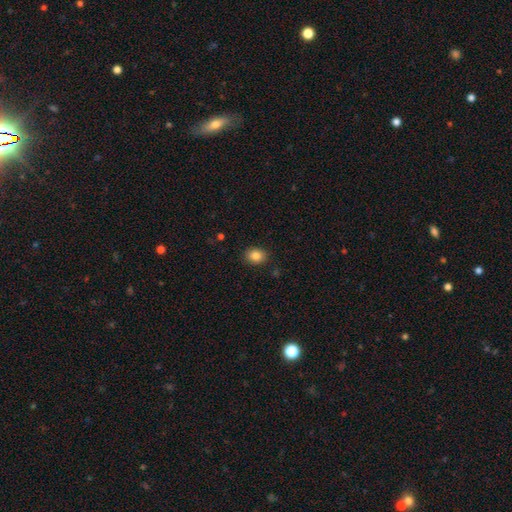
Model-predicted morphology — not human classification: Q: Smooth or featured?
A: smooth (86%); runner-up: star or artifact (9%)
Q: How rounded?
A: in between (55%); runner-up: round (44%)
Q: Merging?
A: none (88%); runner-up: minor disturbance (9%)